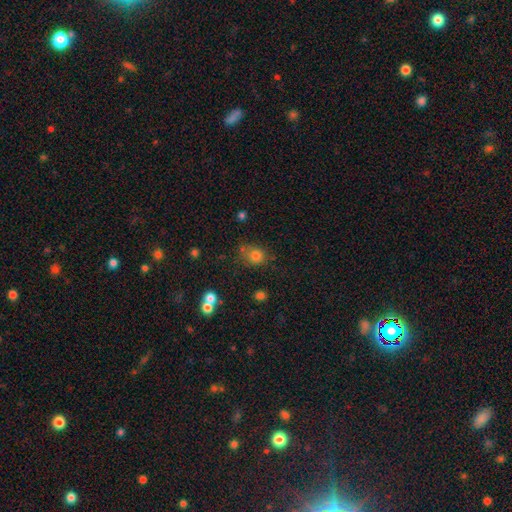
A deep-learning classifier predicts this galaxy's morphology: smooth 78%, star or artifact 14%, featured or disk 7%. Down the decision tree: how rounded — round (77%); merging — none (63%).